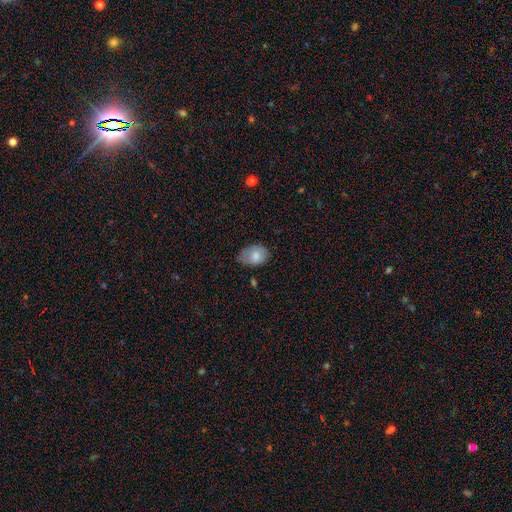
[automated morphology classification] type=smooth (80%); roundness=in between (83%); merging=none (56%).